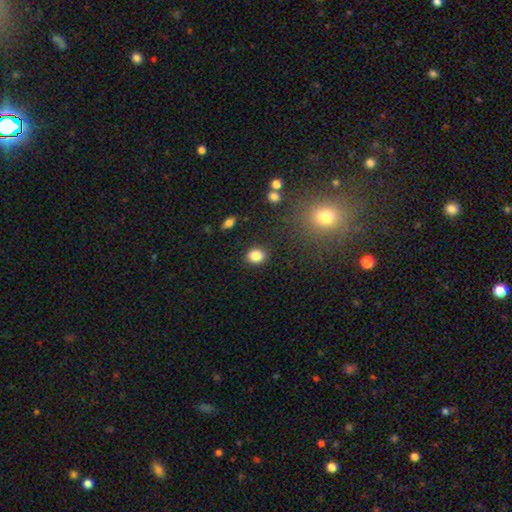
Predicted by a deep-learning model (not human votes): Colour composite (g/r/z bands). It shows a smooth galaxy with no disk features (85%) that is round (55%). Merging: none (87%).